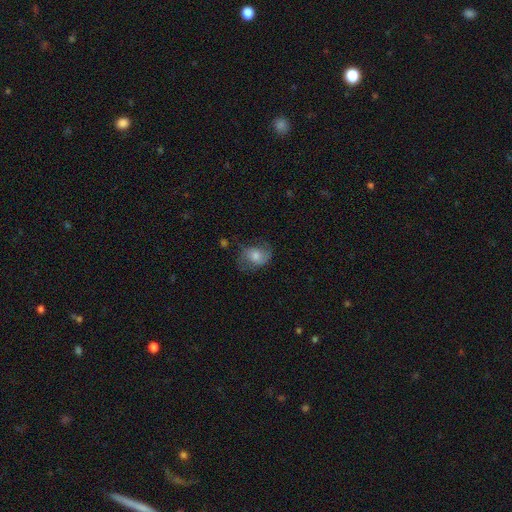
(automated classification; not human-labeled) This is possibly a featured or disk galaxy (53%). It is clearly not viewed edge-on (96%). Bar: likely no (63%). Spiral arm pattern: clearly yes (85%). Central bulge: possibly moderate (52%). Merging: likely none (65%).